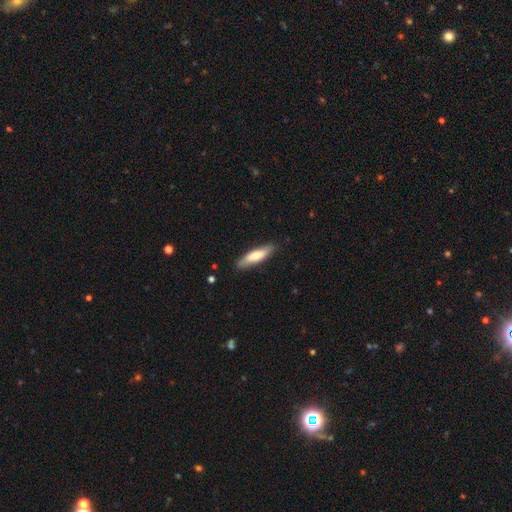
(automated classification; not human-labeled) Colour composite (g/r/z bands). It shows a smooth galaxy with no disk features (70%) that is cigar-shaped (68%). Merging: none (86%).